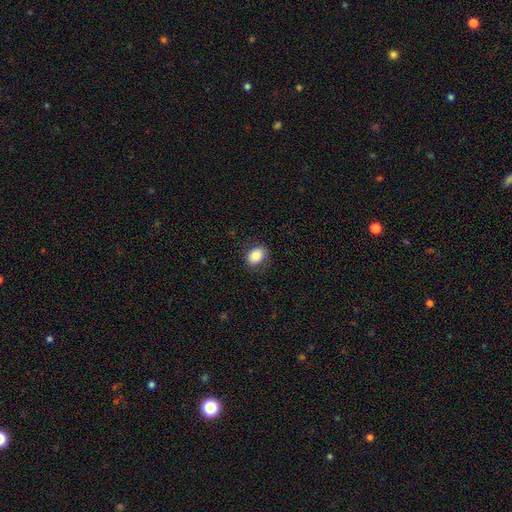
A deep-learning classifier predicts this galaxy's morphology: Q: Smooth or featured?
A: smooth (83%); runner-up: featured or disk (9%)
Q: How rounded?
A: in between (68%); runner-up: round (31%)
Q: Merging?
A: none (82%); runner-up: minor disturbance (13%)